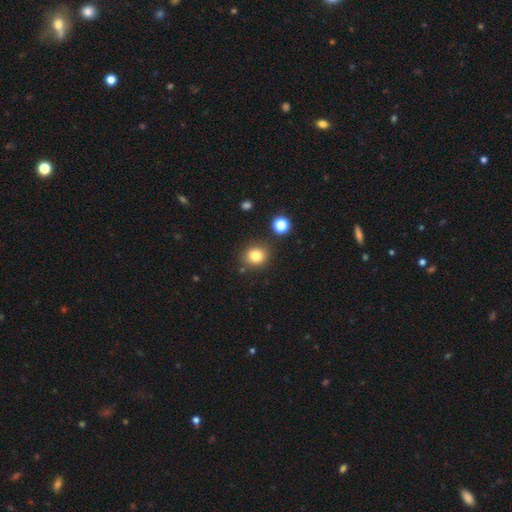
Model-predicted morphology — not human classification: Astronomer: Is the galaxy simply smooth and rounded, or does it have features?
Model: smooth — 82%.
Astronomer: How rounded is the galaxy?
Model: round — 77%.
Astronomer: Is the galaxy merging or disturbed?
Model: none — 83%.